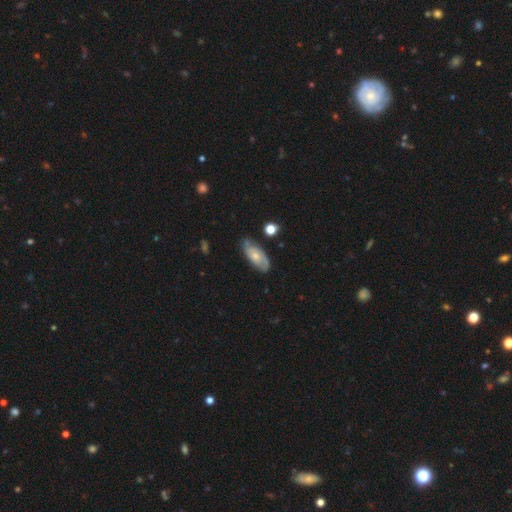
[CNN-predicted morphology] The model was most divided on "bulge size": small: 50%, moderate: 42%, none: 3%, large: 3%, dominant: 1%. More confident: edge-on disk — no (90%); spiral arms — yes (85%); bar — no (73%); merging — none (73%); smooth or featured — featured or disk (60%).